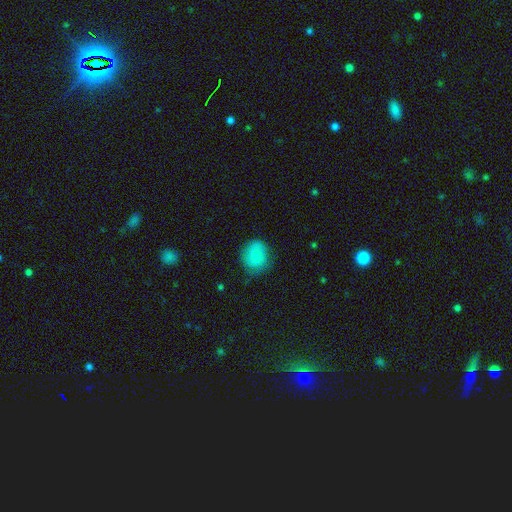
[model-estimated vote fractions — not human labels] This is clearly a smooth galaxy (82%). How rounded: likely round (72%). Merging: likely none (65%).